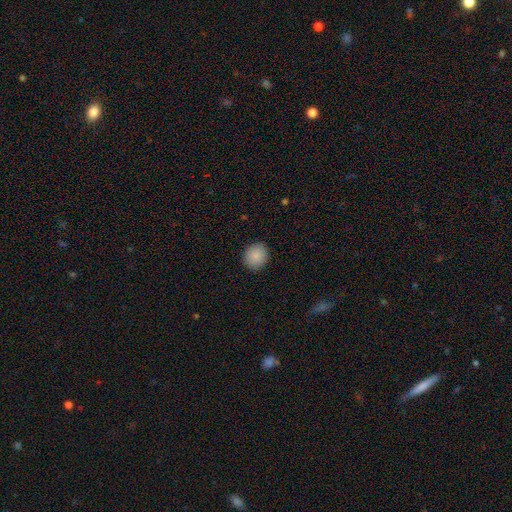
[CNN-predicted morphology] This is clearly a smooth galaxy (88%). How rounded: likely round (74%). Merging: clearly none (90%).